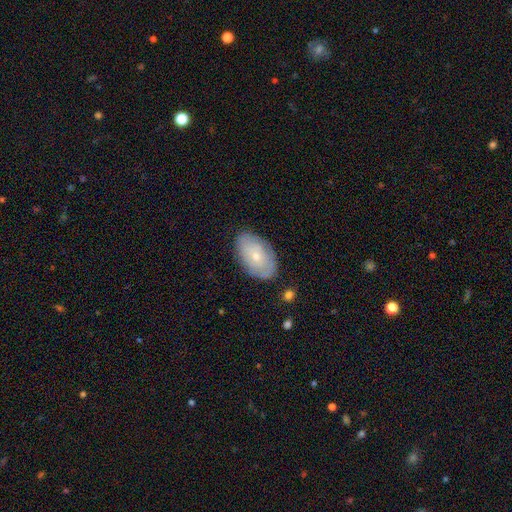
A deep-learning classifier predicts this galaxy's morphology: smooth_or_featured: smooth (p=0.50) [alt: featured or disk p=0.43]
how_rounded: in between (p=0.91) [alt: round p=0.08]
merging: none (p=0.78) [alt: minor disturbance p=0.16]